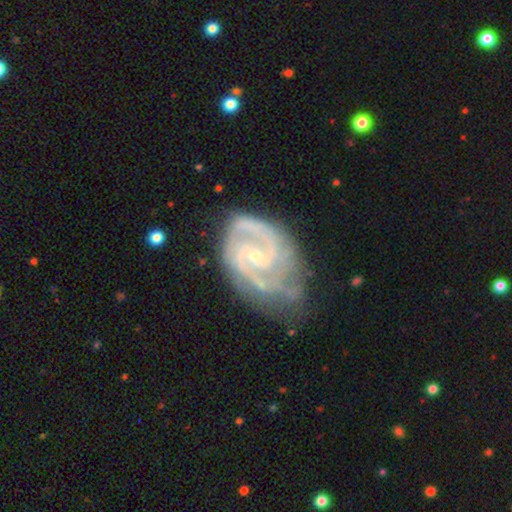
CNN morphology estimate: A featured or disk galaxy (92%) with no bar (50%), 2 (69%) tight (48%) spiral arms (98%) and a small central bulge (74%).

Vote fractions:
- Smooth or featured? featured or disk: 92% / star or artifact: 5% / smooth: 4%
- Edge-on disk? no: 98% / yes: 2%
- Bar? no: 50% / weak: 39% / strong: 11%
- Spiral arms? yes: 98% / no: 2%
- Spiral winding? tight: 48% / medium: 45% / loose: 7%
- Spiral arm count? 2: 69% / 3: 15% / can't tell: 7% / 4: 3% / 1: 3% / more than 4: 3%
- Bulge size? small: 74% / moderate: 23% / none: 1% / large: 1% / dominant: 1%
- Merging? none: 54% / minor disturbance: 30% / major disturbance: 14% / merger: 2%